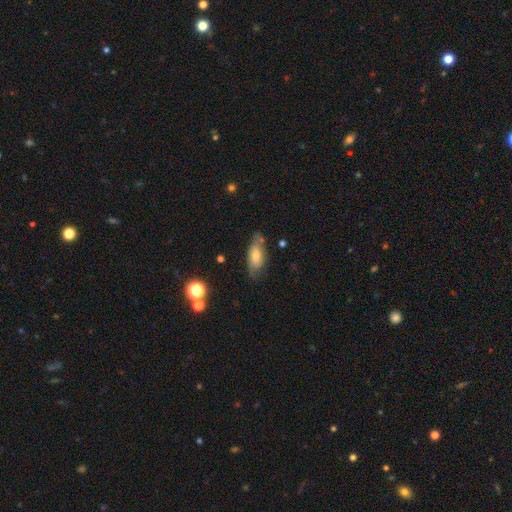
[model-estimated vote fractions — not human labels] Smooth or featured? smooth (50%)
How rounded? in between (82%)
Merging? none (64%)